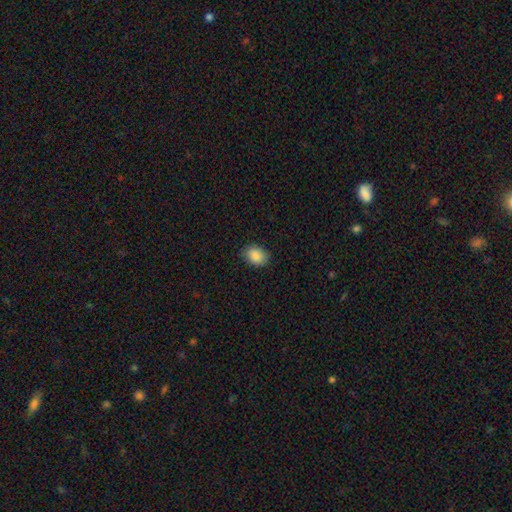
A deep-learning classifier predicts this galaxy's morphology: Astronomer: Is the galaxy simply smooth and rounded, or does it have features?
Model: smooth — 88%.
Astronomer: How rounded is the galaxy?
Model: in between — 66%.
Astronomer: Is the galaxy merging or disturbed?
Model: none — 83%.